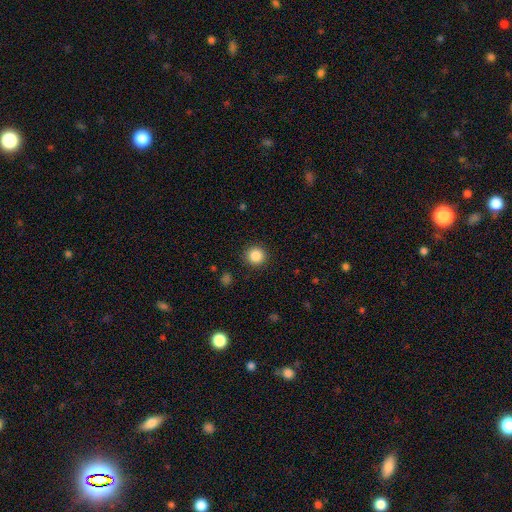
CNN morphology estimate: Overall: smooth (86%). How rounded: round (94%). Merging: none (91%).